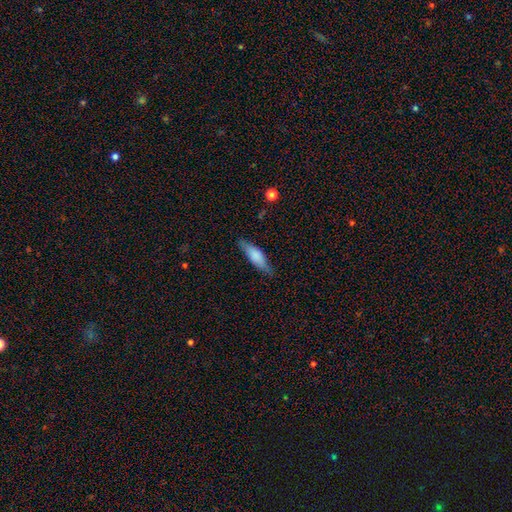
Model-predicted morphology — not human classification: A smooth galaxy with no disk features (67%) that is cigar-shaped (56%). Merging: none (80%).